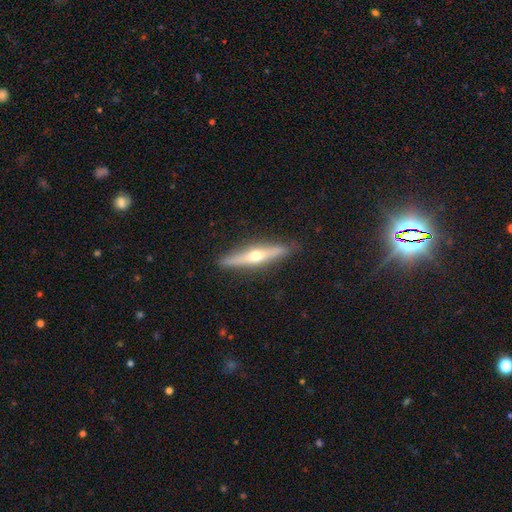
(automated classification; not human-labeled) smooth_or_featured: featured or disk (p=0.63) [alt: smooth p=0.31]
disk_edge_on: yes (p=0.94) [alt: no p=0.06]
edge_on_bulge: rounded (p=0.90) [alt: none p=0.07]
merging: none (p=0.89) [alt: minor disturbance p=0.08]